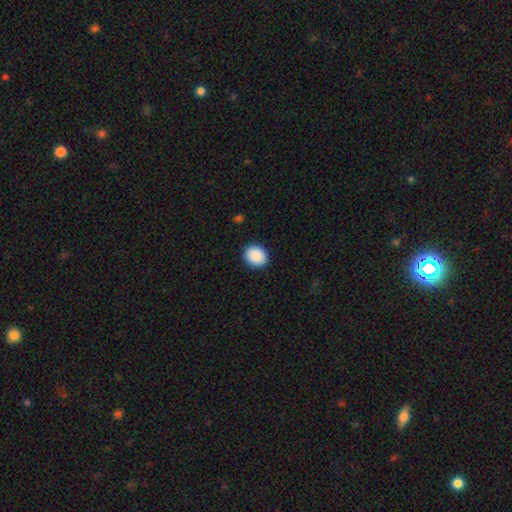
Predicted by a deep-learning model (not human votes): smooth-or-featured: smooth: 90% | star or artifact: 7% | featured or disk: 2%
  how-rounded: round: 65% | in between: 35% | cigar-shaped: 1%
  merging: none: 91% | minor disturbance: 6% | major disturbance: 2% | merger: 1%